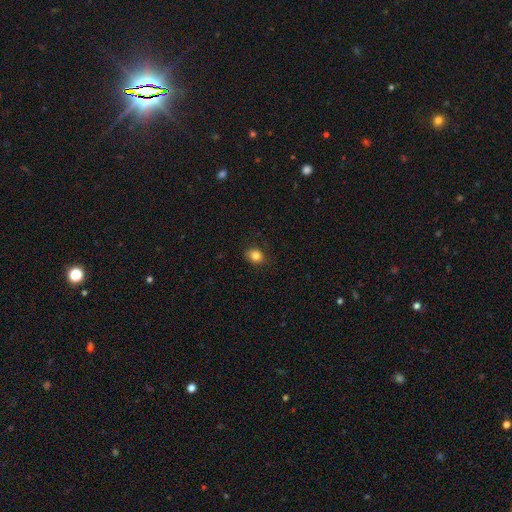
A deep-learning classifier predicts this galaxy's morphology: A smooth galaxy with no disk features (84%) that is round (59%).

Vote fractions:
- Smooth or featured? smooth: 84% / star or artifact: 11% / featured or disk: 5%
- How rounded? round: 59% / in between: 40% / cigar-shaped: 1%
- Merging? none: 84% / minor disturbance: 12% / major disturbance: 3% / merger: 1%